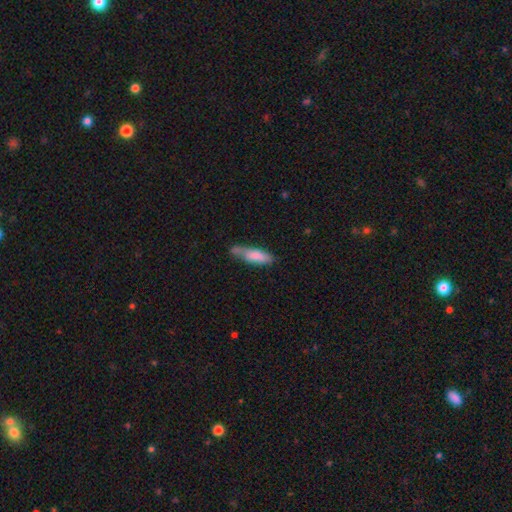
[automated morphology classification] A smooth galaxy with no disk features (77%) that is cigar-shaped (57%).

Vote fractions:
- Smooth or featured? smooth: 77% / featured or disk: 16% / star or artifact: 6%
- How rounded? cigar-shaped: 57% / in between: 41% / round: 2%
- Merging? none: 48% / minor disturbance: 32% / merger: 10% / major disturbance: 10%